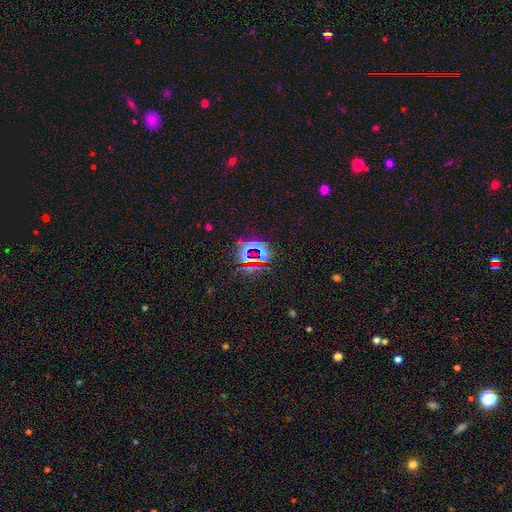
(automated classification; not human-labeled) Overall: star or artifact (77%).